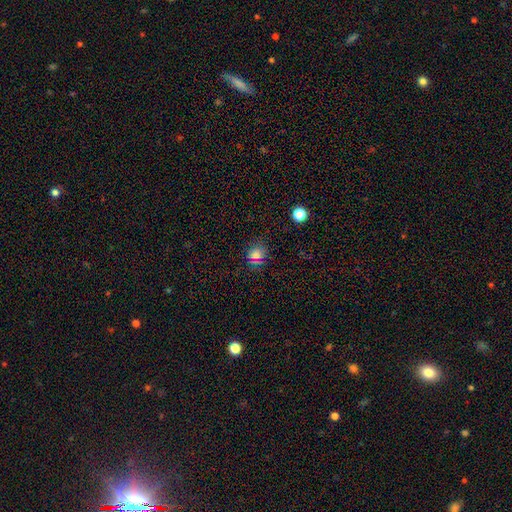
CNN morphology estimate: This appears to be a smooth galaxy with no disk features (66%) that is round (78%). Merging: none (85%).